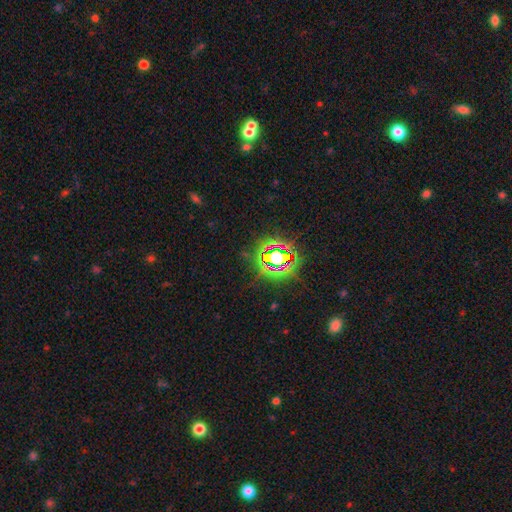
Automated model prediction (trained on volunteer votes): The model was most divided on "smooth or featured": star or artifact: 79%, smooth: 13%, featured or disk: 8%.